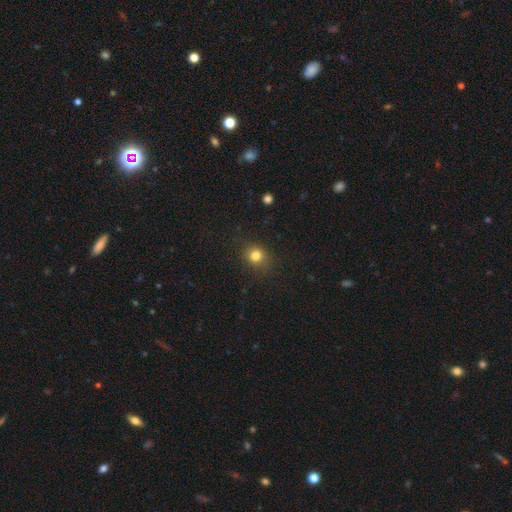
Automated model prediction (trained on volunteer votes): Q: Smooth or featured?
A: smooth (79%); runner-up: star or artifact (14%)
Q: How rounded?
A: round (77%); runner-up: in between (22%)
Q: Merging?
A: none (85%); runner-up: minor disturbance (10%)